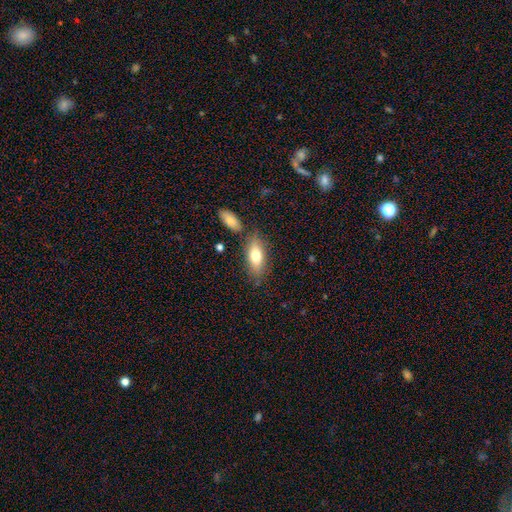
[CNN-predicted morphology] Smooth or featured? smooth (70%)
How rounded? in between (73%)
Merging? none (74%)